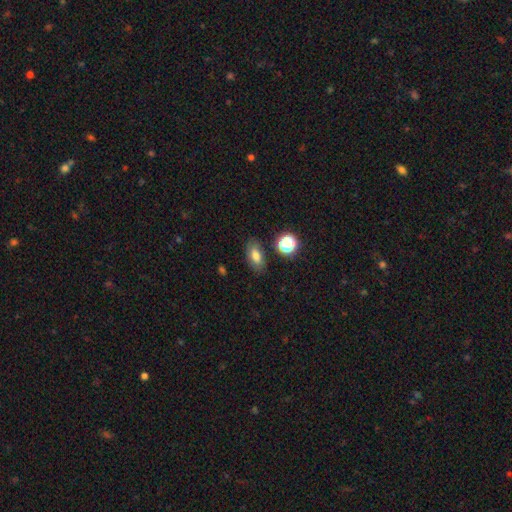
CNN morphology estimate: Smooth or featured?
  - smooth: 72% *
  - featured or disk: 14%
  - star or artifact: 13%
How rounded?
  - in between: 84% *
  - round: 10%
  - cigar-shaped: 6%
Merging?
  - none: 81% *
  - minor disturbance: 12%
  - major disturbance: 3%
  - merger: 3%